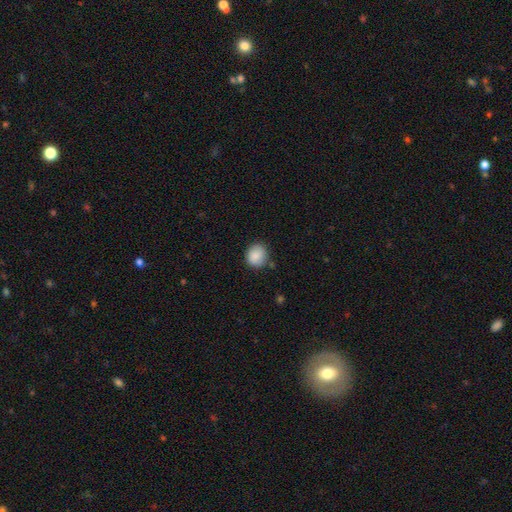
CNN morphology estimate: Smooth or featured: smooth — 87% (star or artifact — 8%)
How rounded: round — 75% (in between — 24%)
Merging: none — 76% (minor disturbance — 17%)